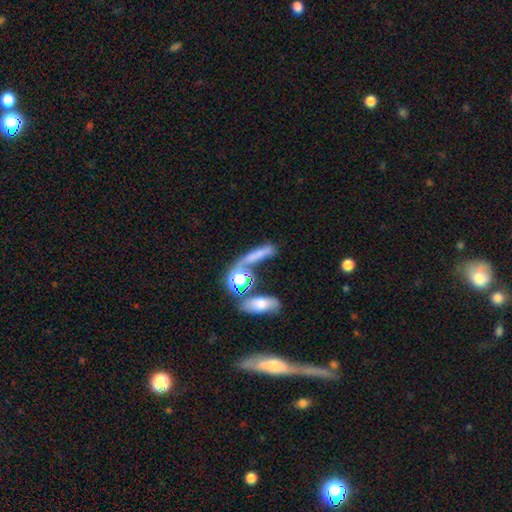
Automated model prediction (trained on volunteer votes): The model was most divided on "merging": none: 44%, merger: 27%, minor disturbance: 16%, major disturbance: 13%. More confident: smooth or featured — smooth (60%); how rounded — cigar-shaped (60%).